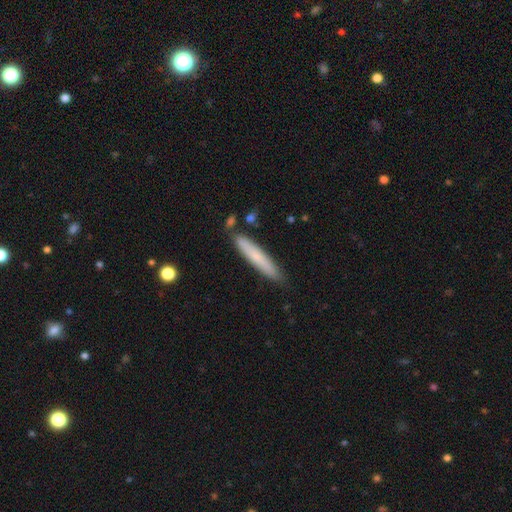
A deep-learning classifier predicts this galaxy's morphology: A smooth galaxy with no disk features (70%) that is cigar-shaped (92%). Merging: none (81%).